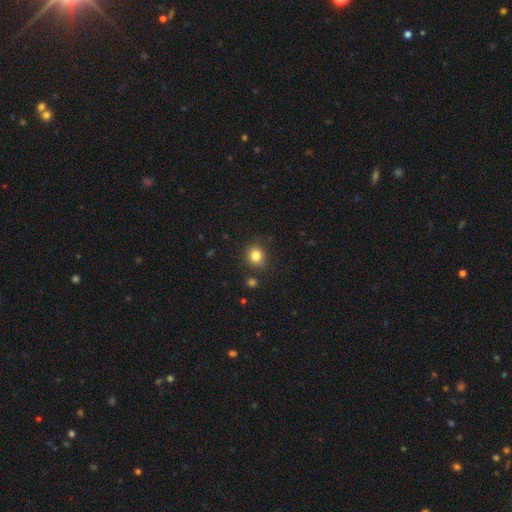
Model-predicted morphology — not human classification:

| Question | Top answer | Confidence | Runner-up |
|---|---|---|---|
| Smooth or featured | smooth | 83% | star or artifact (12%) |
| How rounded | round | 79% | in between (20%) |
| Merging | none | 85% | minor disturbance (10%) |